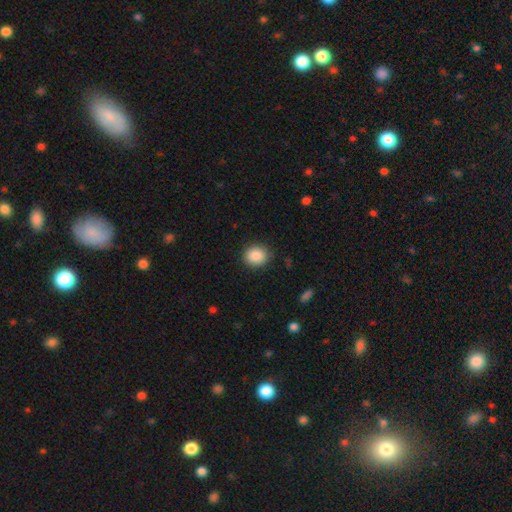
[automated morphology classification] smooth-or-featured: smooth: 88% | star or artifact: 8% | featured or disk: 3%
  how-rounded: round: 77% | in between: 23% | cigar-shaped: 1%
  merging: none: 87% | minor disturbance: 9% | major disturbance: 3% | merger: 1%